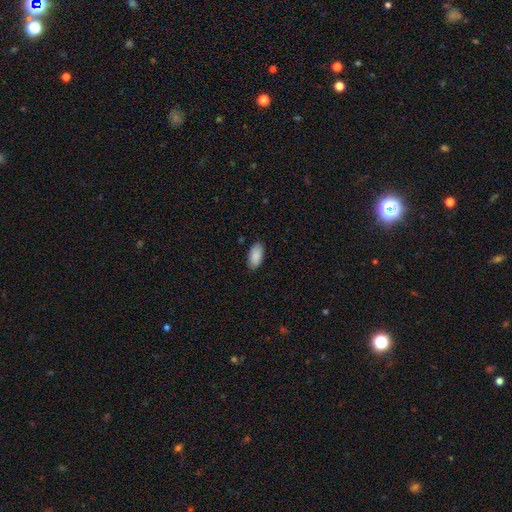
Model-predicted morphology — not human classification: Smooth or featured?
  - smooth: 90% *
  - star or artifact: 6%
  - featured or disk: 4%
How rounded?
  - in between: 94% *
  - cigar-shaped: 3%
  - round: 2%
Merging?
  - none: 87% *
  - minor disturbance: 10%
  - major disturbance: 2%
  - merger: 1%